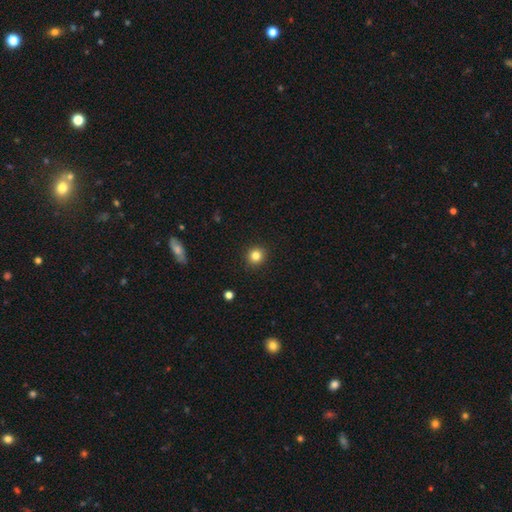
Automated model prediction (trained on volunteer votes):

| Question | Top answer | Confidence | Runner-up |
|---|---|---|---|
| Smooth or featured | smooth | 83% | star or artifact (12%) |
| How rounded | round | 91% | in between (8%) |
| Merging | none | 92% | minor disturbance (5%) |